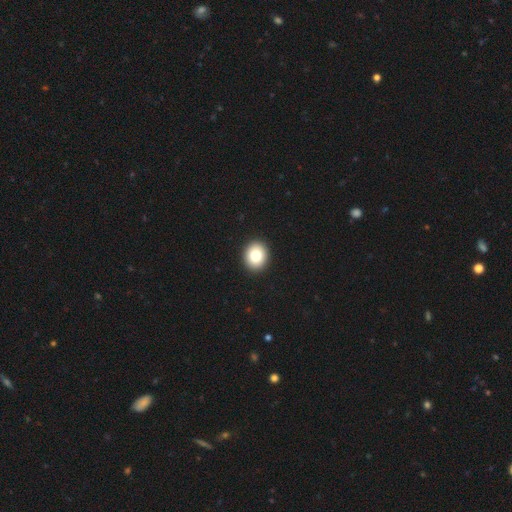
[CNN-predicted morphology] smooth-or-featured: smooth: 81% | featured or disk: 10% | star or artifact: 9%
  how-rounded: round: 71% | in between: 29% | cigar-shaped: 1%
  merging: none: 93% | minor disturbance: 4% | major disturbance: 1% | merger: 1%